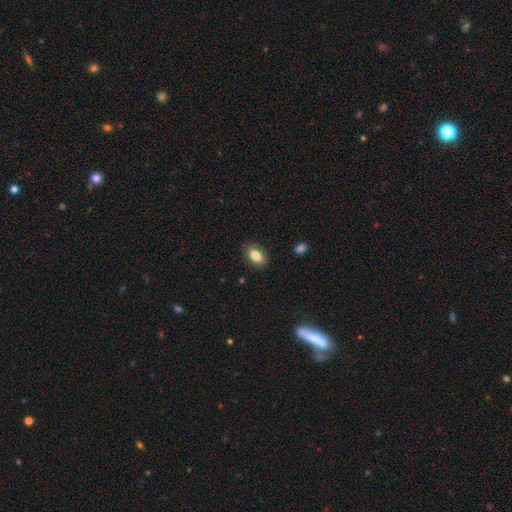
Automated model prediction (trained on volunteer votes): Smooth or featured? smooth (83%)
How rounded? in between (89%)
Merging? none (85%)